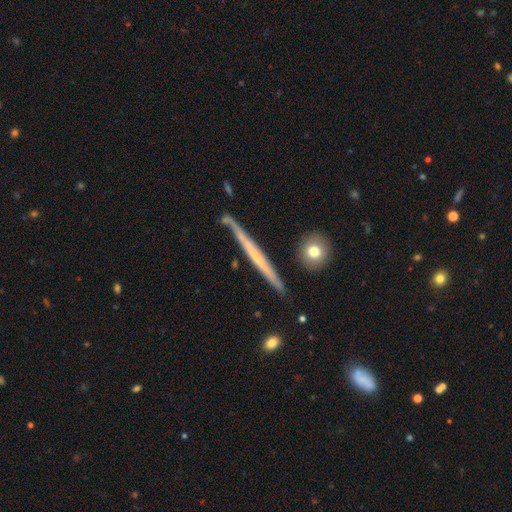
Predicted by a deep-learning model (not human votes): Q: Smooth or featured?
A: featured or disk (62%); runner-up: smooth (32%)
Q: Edge-on disk?
A: yes (96%); runner-up: no (4%)
Q: Edge-on bulge?
A: none (85%); runner-up: rounded (10%)
Q: Merging?
A: none (82%); runner-up: minor disturbance (13%)